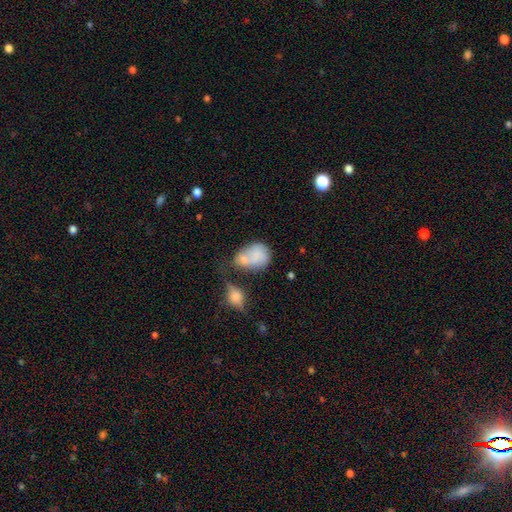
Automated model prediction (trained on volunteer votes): The model was most divided on "merging": merger: 40%, none: 27%, minor disturbance: 20%, major disturbance: 13%. More confident: smooth or featured — smooth (71%); how rounded — in between (69%).